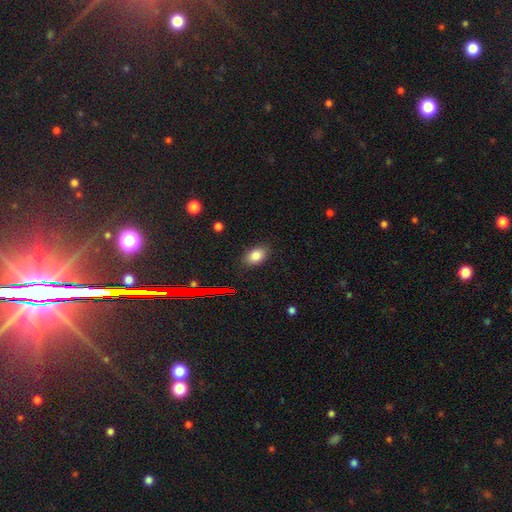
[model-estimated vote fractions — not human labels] This appears to be a smooth galaxy with no disk features (79%) that is in between round and cigar-shaped (83%). Merging: none (86%).